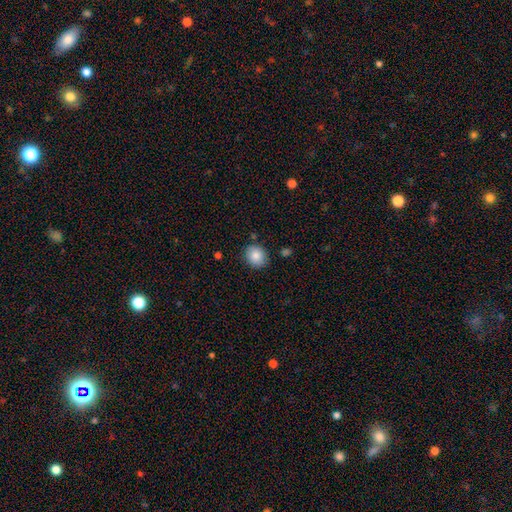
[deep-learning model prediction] This appears to be a smooth galaxy with no disk features (86%) that is round (71%). Merging: none (85%).